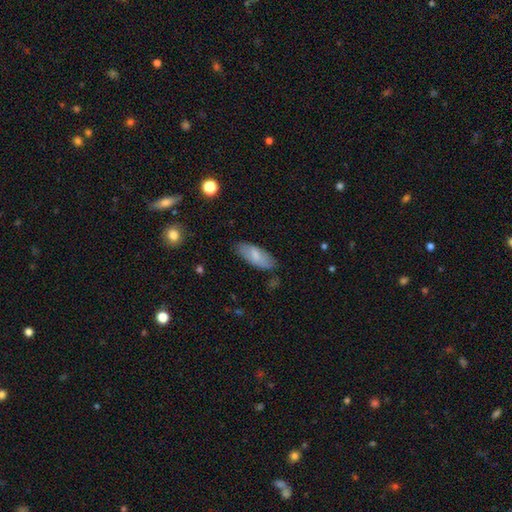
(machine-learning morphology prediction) type=smooth (74%); roundness=in between (80%); merging=none (79%).